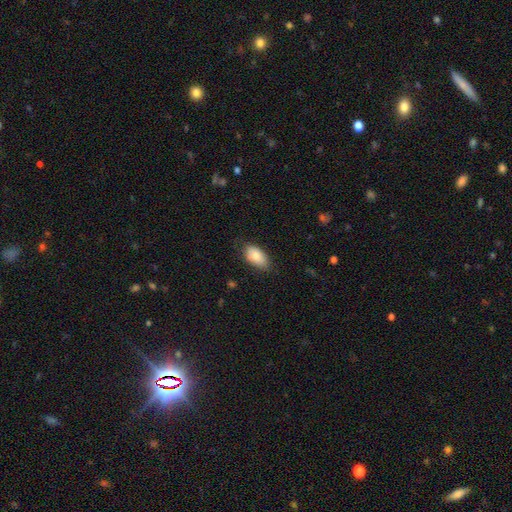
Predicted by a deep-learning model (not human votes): Smooth or featured? Predicted: smooth (p=0.83). How rounded? Predicted: in between (p=0.93). Merging? Predicted: none (p=0.73).